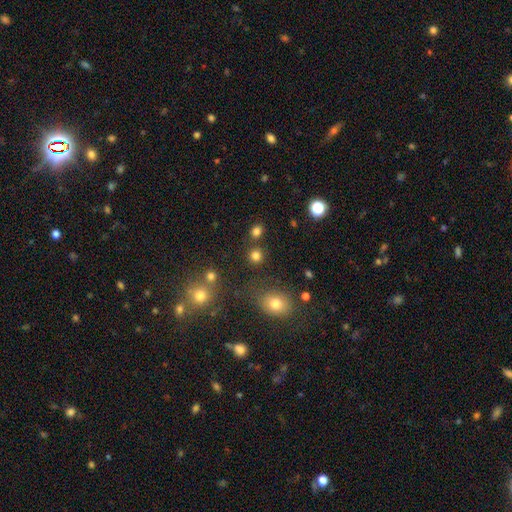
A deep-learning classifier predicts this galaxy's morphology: Smooth or featured: smooth — 81% (star or artifact — 14%)
How rounded: round — 89% (in between — 10%)
Merging: none — 83% (merger — 7%)